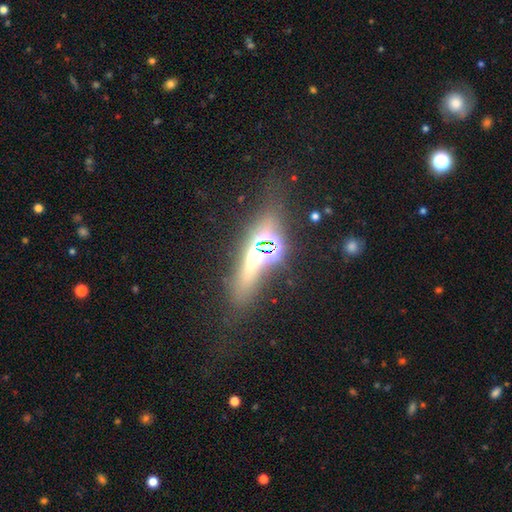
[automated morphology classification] Smooth or featured: star or artifact — 38% (featured or disk — 32%)